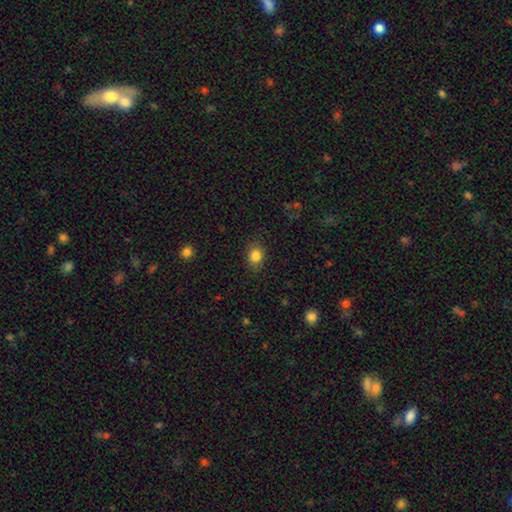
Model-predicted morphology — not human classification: Smooth or featured: smooth — 85% (star or artifact — 10%)
How rounded: in between — 55% (round — 43%)
Merging: none — 84% (minor disturbance — 12%)